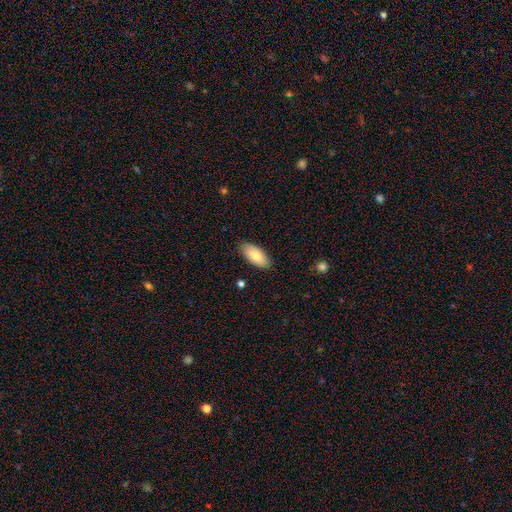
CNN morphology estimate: The model was most divided on "smooth or featured": smooth: 82%, featured or disk: 12%, star or artifact: 6%. More confident: how rounded — in between (90%); merging — none (87%).